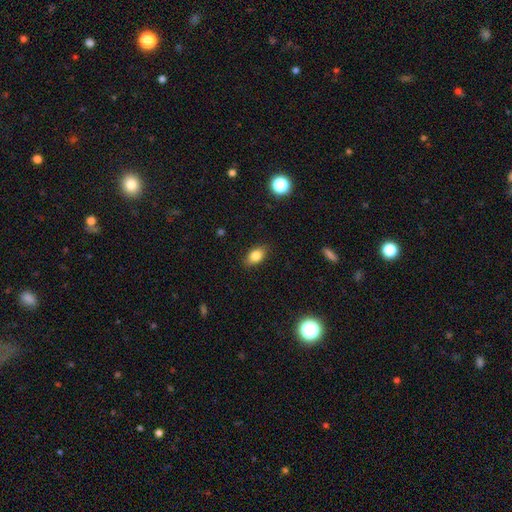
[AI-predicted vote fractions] Smooth or featured?
  - smooth: 83% *
  - star or artifact: 9%
  - featured or disk: 7%
How rounded?
  - in between: 86% *
  - round: 12%
  - cigar-shaped: 3%
Merging?
  - none: 85% *
  - minor disturbance: 11%
  - major disturbance: 3%
  - merger: 1%